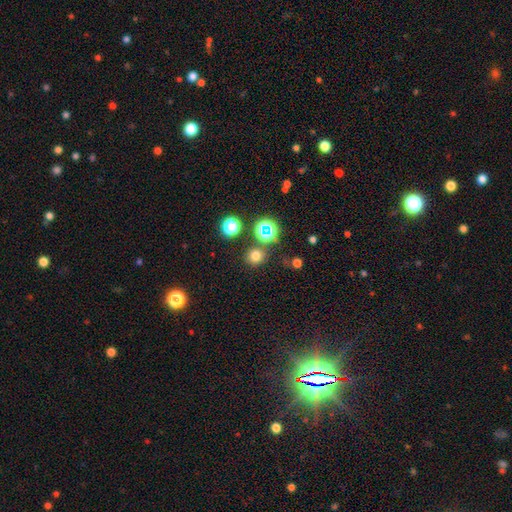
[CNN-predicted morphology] smooth-or-featured: smooth: 71% | star or artifact: 23% | featured or disk: 6%
  how-rounded: round: 87% | in between: 12% | cigar-shaped: 1%
  merging: none: 83% | minor disturbance: 8% | merger: 6% | major disturbance: 3%